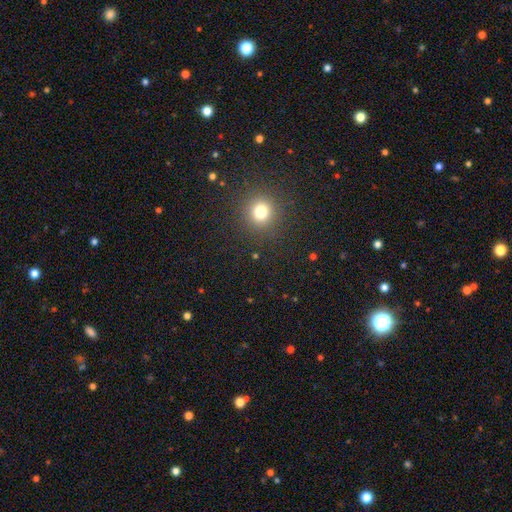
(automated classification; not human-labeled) Smooth or featured: smooth — 69% (star or artifact — 26%)
How rounded: round — 92% (in between — 7%)
Merging: none — 92% (minor disturbance — 5%)